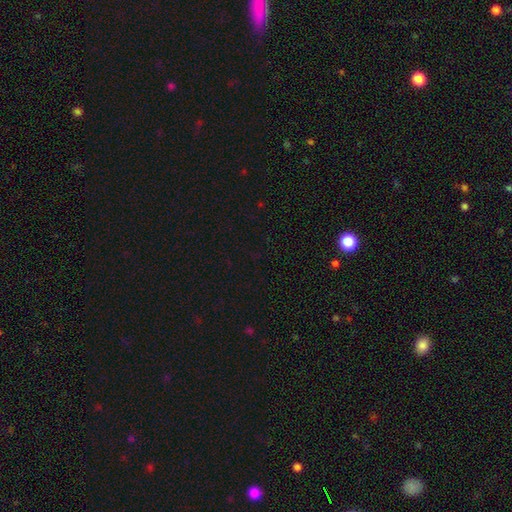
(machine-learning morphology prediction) type=star or artifact (74%).